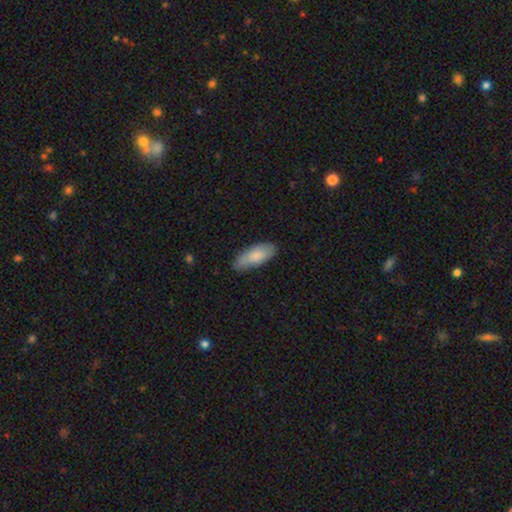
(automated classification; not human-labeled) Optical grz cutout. It shows a smooth galaxy with no disk features (79%) that is in between round and cigar-shaped (80%). Merging: none (76%).